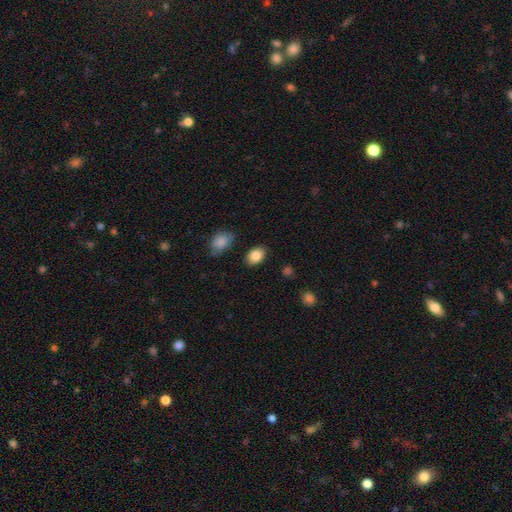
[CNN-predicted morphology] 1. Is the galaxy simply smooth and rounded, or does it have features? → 85% smooth, 8% star or artifact, 7% featured or disk.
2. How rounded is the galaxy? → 81% in between, 18% round, 1% cigar-shaped.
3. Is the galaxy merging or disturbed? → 85% none, 10% minor disturbance, 2% major disturbance, 2% merger.